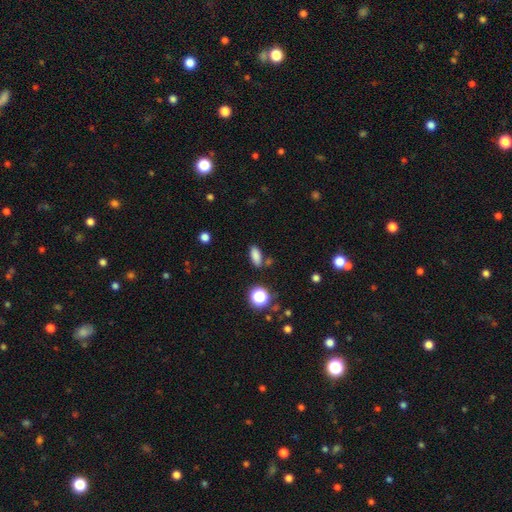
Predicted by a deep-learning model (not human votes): Smooth or featured?
  - smooth: 82% *
  - star or artifact: 13%
  - featured or disk: 5%
How rounded?
  - in between: 76% *
  - cigar-shaped: 17%
  - round: 7%
Merging?
  - none: 79% *
  - minor disturbance: 11%
  - merger: 6%
  - major disturbance: 3%